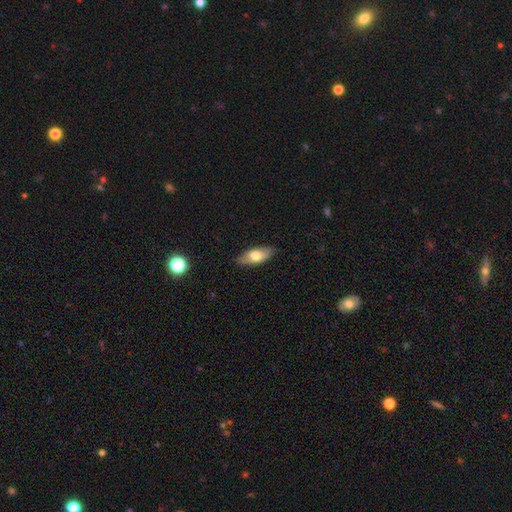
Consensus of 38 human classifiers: Smooth or featured?
  - smooth: 66% *
  - featured or disk: 32%
  - star or artifact: 3%
How rounded?
  - in between: 76% *
  - cigar-shaped: 16%
  - round: 8%
Merging?
  - none: 81% *
  - minor disturbance: 19%
  - major disturbance: 0%
  - merger: 0%